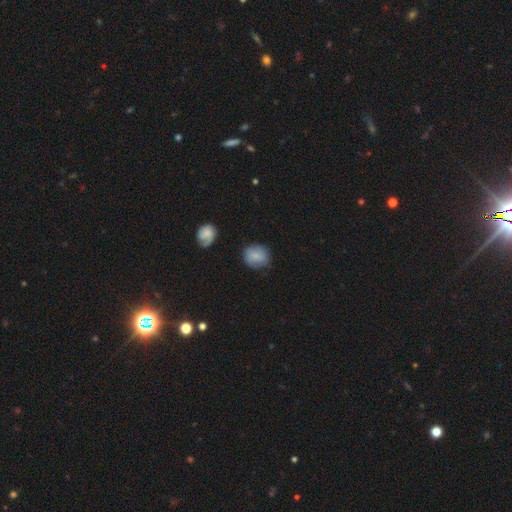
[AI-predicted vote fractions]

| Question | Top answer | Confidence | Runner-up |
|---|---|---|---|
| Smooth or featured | smooth | 77% | featured or disk (16%) |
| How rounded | round | 79% | in between (20%) |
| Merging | none | 74% | minor disturbance (19%) |